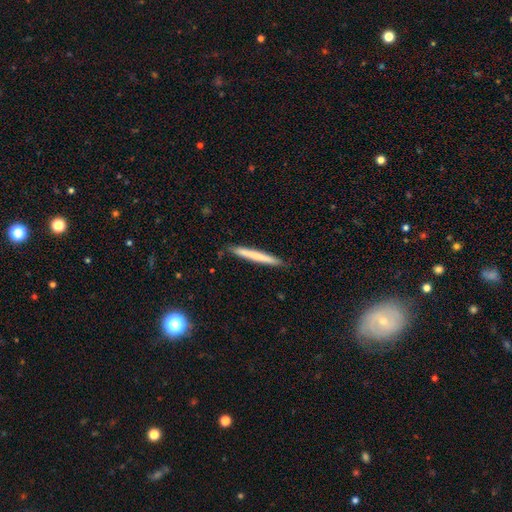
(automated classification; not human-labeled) This appears to be a smooth galaxy with no disk features (65%) that is cigar-shaped (97%). Merging: none (89%).